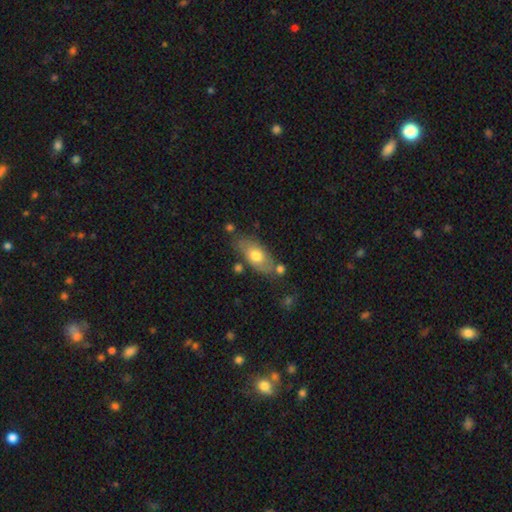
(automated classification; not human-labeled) Smooth or featured: smooth — 64% (featured or disk — 30%)
How rounded: in between — 85% (cigar-shaped — 10%)
Merging: none — 67% (minor disturbance — 19%)